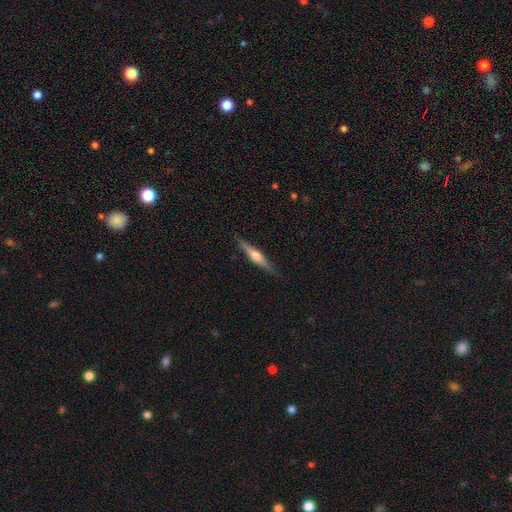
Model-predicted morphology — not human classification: The model was most divided on "smooth or featured": featured or disk: 60%, smooth: 34%, star or artifact: 6%. More confident: edge-on disk — yes (97%); merging — none (84%); edge-on bulge — rounded (83%).